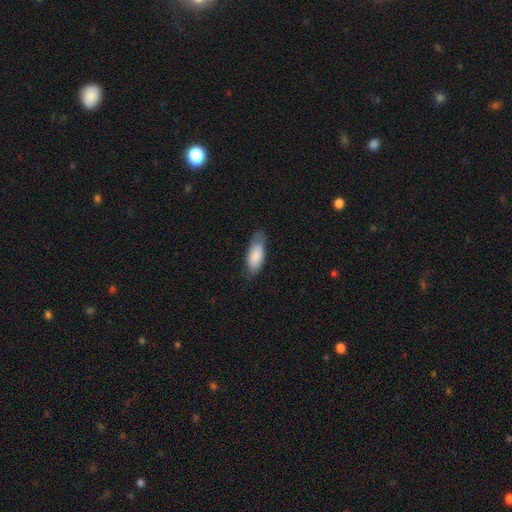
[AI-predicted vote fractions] smooth 82%, featured or disk 12%, star or artifact 6%. Down the decision tree: how rounded — in between (83%); merging — none (67%).